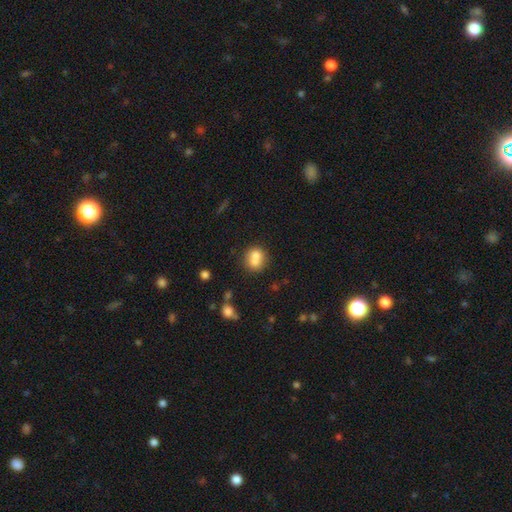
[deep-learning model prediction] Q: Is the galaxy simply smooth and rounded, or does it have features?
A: smooth — 74%.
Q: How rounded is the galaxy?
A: round — 70%.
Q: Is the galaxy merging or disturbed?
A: merger — 44%.